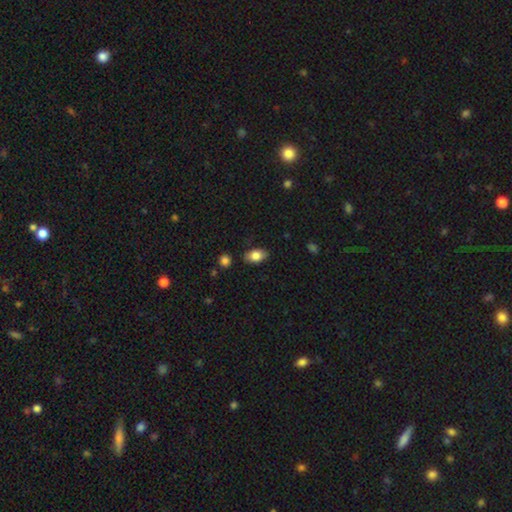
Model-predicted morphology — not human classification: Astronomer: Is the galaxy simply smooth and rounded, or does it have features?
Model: smooth — 81%.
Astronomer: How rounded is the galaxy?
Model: in between — 89%.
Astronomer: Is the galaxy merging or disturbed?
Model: none — 84%.